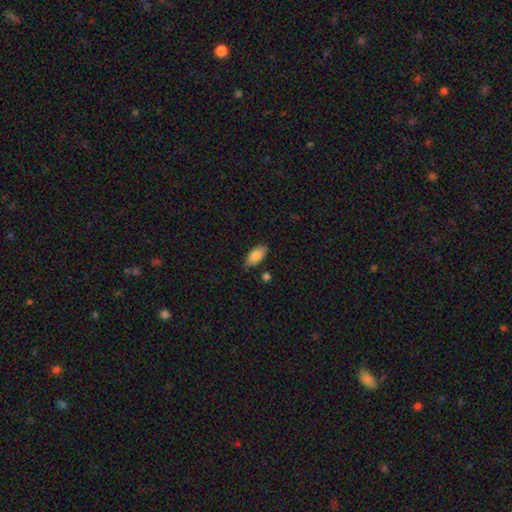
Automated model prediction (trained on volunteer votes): This appears to be a smooth galaxy with no disk features (86%) that is in between round and cigar-shaped (91%). Merging: none (83%).